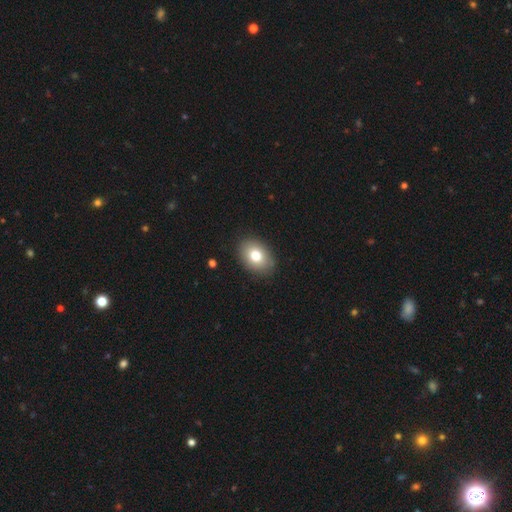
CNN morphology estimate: Smooth or featured?
  - smooth: 78% *
  - featured or disk: 13%
  - star or artifact: 9%
How rounded?
  - in between: 74% *
  - round: 25%
  - cigar-shaped: 1%
Merging?
  - none: 88% *
  - minor disturbance: 9%
  - major disturbance: 2%
  - merger: 1%